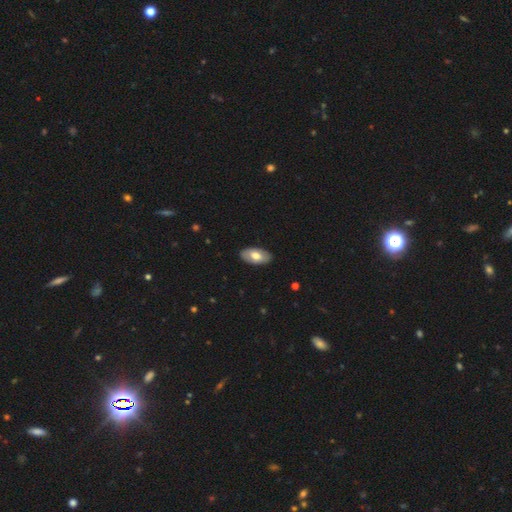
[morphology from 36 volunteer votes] Volunteers were most divided on "smooth or featured": smooth: 67%, featured or disk: 31%, star or artifact: 3%. More confident: how rounded — in between (96%); merging — none (91%).